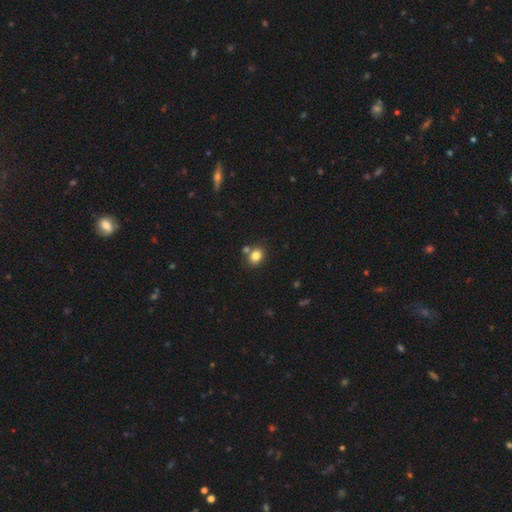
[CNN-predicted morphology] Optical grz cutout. It shows a smooth galaxy with no disk features (82%) that is round (61%). Merging: none (70%).